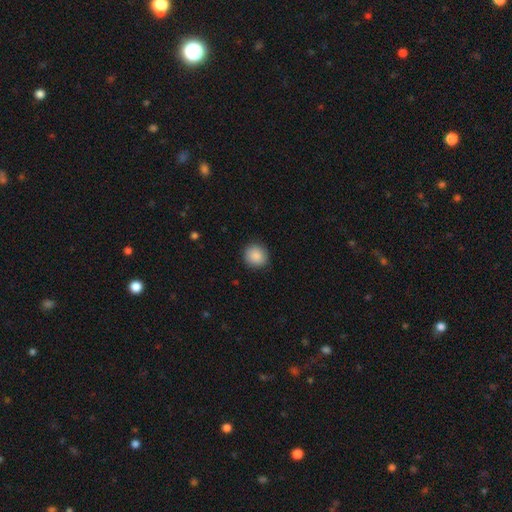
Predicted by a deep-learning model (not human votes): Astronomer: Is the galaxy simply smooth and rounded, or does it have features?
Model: smooth — 88%.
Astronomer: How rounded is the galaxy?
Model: round — 88%.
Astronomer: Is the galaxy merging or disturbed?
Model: none — 90%.